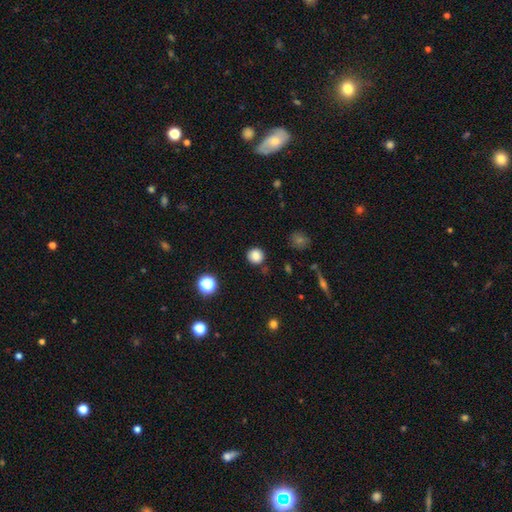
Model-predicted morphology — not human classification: Overall: smooth (84%). How rounded: round (91%). Merging: none (87%).